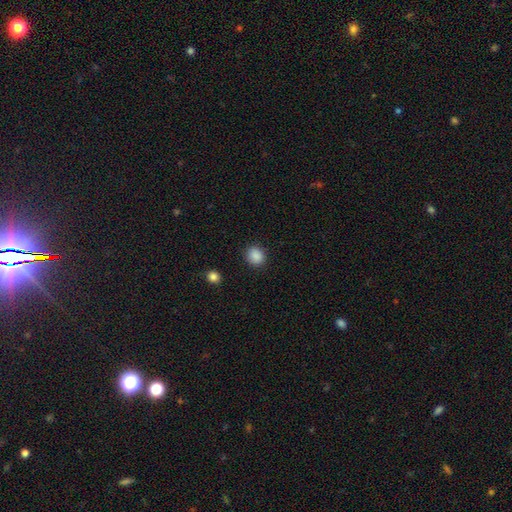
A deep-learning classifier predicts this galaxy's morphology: This appears to be a smooth galaxy with no disk features (88%) that is round (75%). Merging: none (89%).